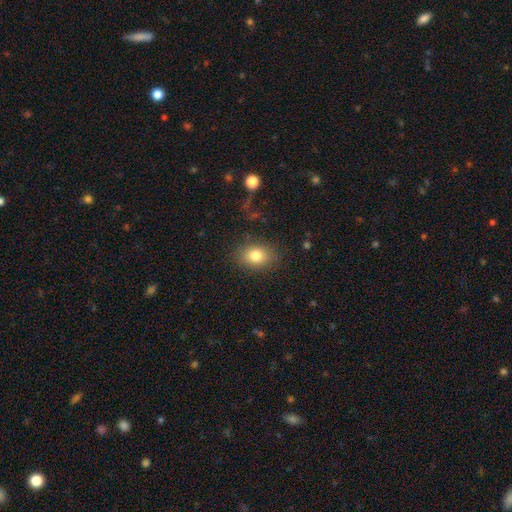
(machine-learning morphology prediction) Smooth or featured? Predicted: smooth (p=0.81). How rounded? Predicted: in between (p=0.63). Merging? Predicted: none (p=0.84).